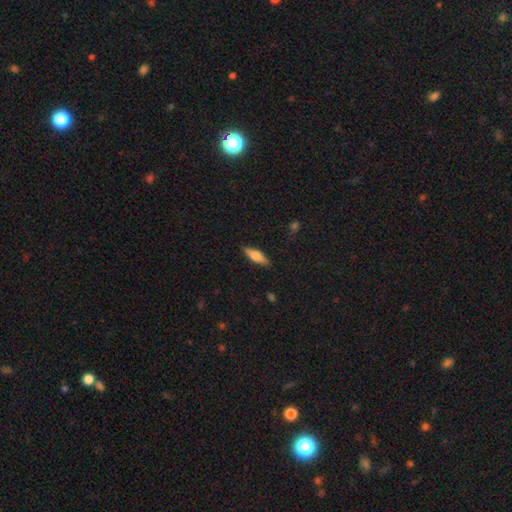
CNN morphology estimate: A smooth galaxy with no disk features (60%) that is in between round and cigar-shaped (55%). Merging: none (87%).